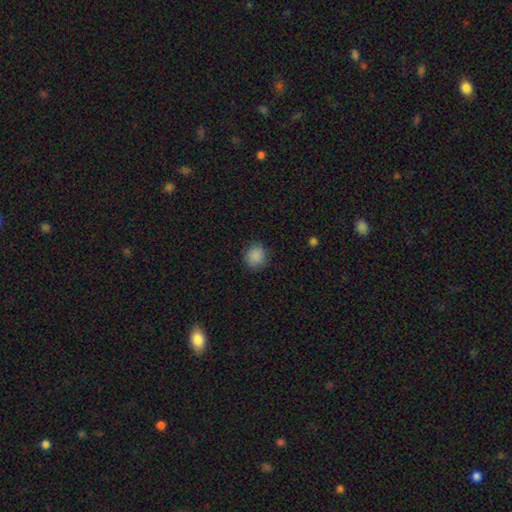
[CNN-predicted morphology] Smooth or featured? Predicted: smooth (p=0.88). How rounded? Predicted: round (p=0.81). Merging? Predicted: none (p=0.85).